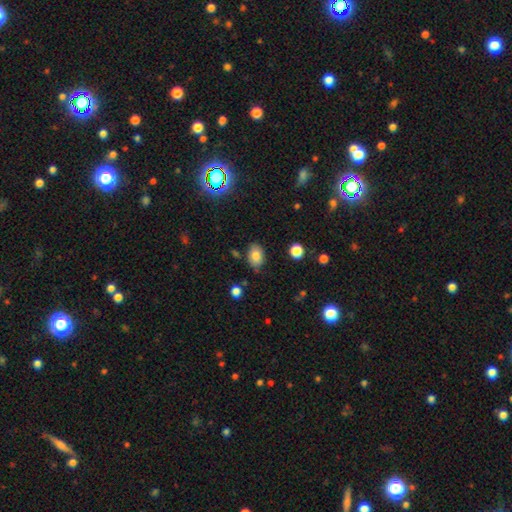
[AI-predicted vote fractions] Smooth or featured?
  - smooth: 80% *
  - star or artifact: 10%
  - featured or disk: 10%
How rounded?
  - in between: 83% *
  - round: 16%
  - cigar-shaped: 1%
Merging?
  - none: 78% *
  - minor disturbance: 16%
  - major disturbance: 3%
  - merger: 3%